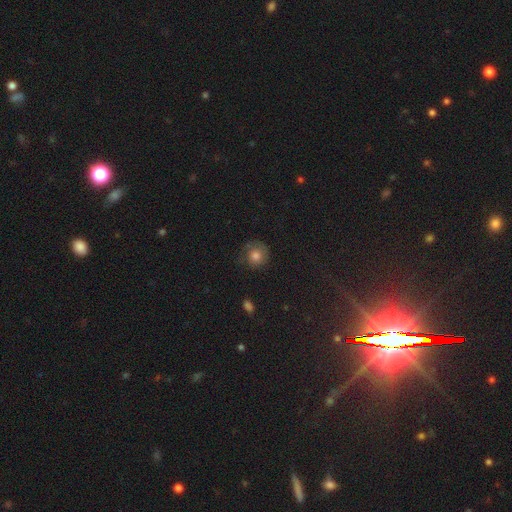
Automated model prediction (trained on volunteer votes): Smooth or featured? Predicted: smooth (p=0.73). How rounded? Predicted: round (p=0.90). Merging? Predicted: none (p=0.67).